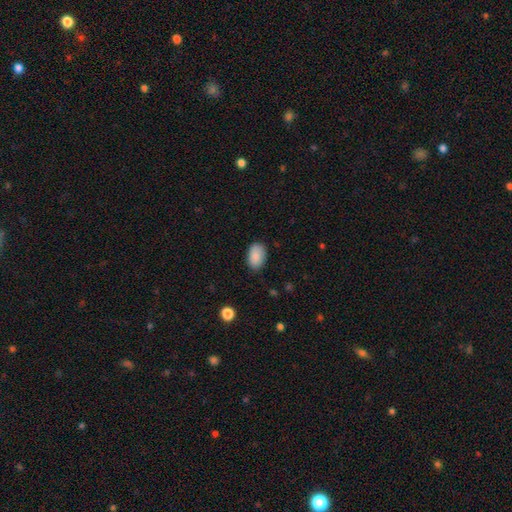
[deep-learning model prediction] Smooth or featured? Predicted: smooth (p=0.89). How rounded? Predicted: in between (p=0.91). Merging? Predicted: none (p=0.82).